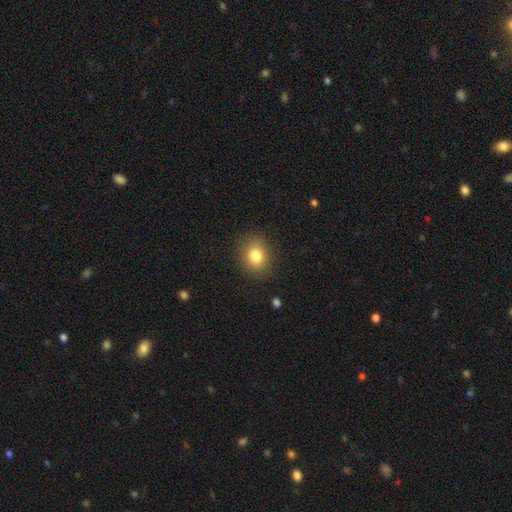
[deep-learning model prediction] Smooth or featured? smooth (81%)
How rounded? round (56%)
Merging? none (87%)